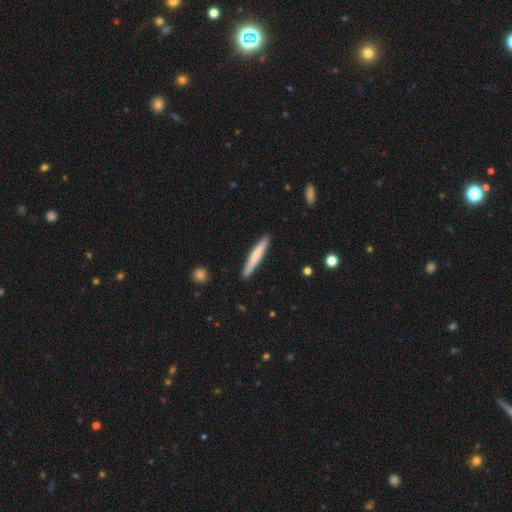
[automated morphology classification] This is likely a smooth galaxy (66%). How rounded: clearly cigar-shaped (95%). Merging: clearly none (89%).